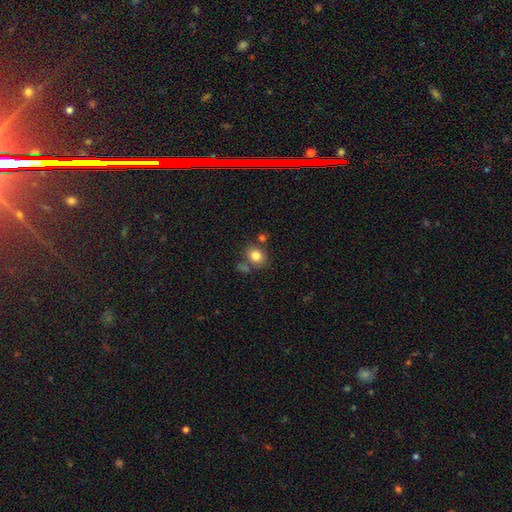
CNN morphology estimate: smooth 82%, star or artifact 11%, featured or disk 8%. Down the decision tree: how rounded — round (67%); merging — none (68%).